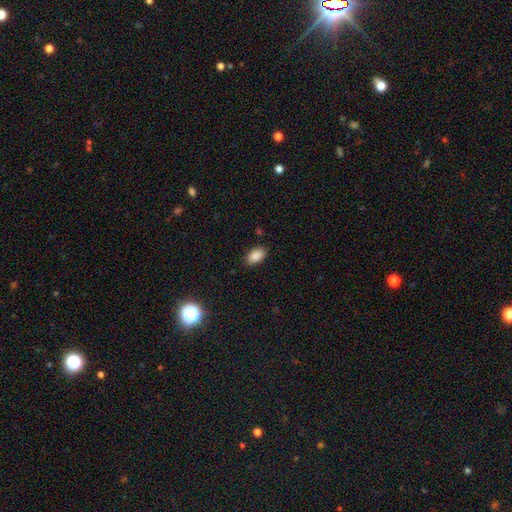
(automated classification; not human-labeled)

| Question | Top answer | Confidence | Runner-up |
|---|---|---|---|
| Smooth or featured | smooth | 88% | star or artifact (8%) |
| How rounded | in between | 93% | round (5%) |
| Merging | none | 86% | minor disturbance (10%) |